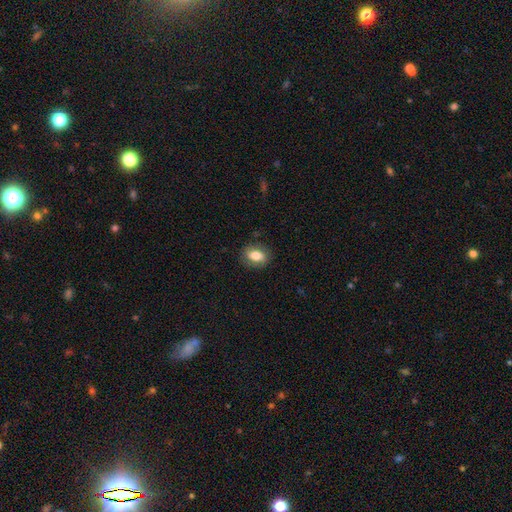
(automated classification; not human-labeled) This is likely a smooth galaxy (75%). How rounded: likely in between (76%). Merging: clearly none (82%).